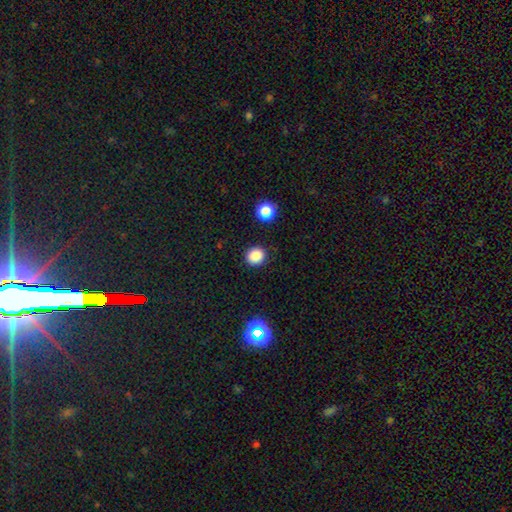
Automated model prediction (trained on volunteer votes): Smooth or featured: smooth — 85% (star or artifact — 11%)
How rounded: round — 84% (in between — 15%)
Merging: none — 88% (minor disturbance — 7%)